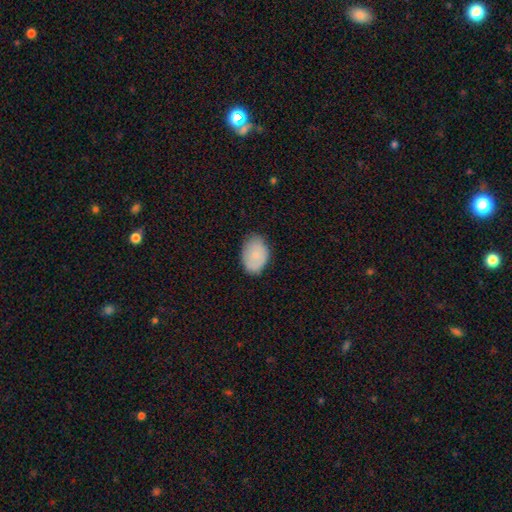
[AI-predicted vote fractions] smooth-or-featured: smooth: 80% | featured or disk: 13% | star or artifact: 7%
  how-rounded: in between: 79% | round: 19% | cigar-shaped: 1%
  merging: none: 74% | minor disturbance: 21% | major disturbance: 4% | merger: 1%